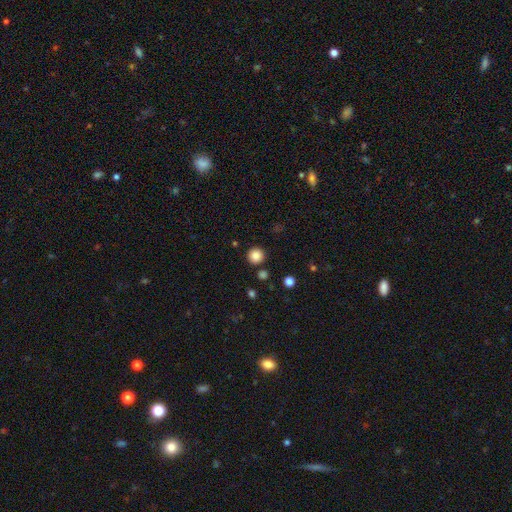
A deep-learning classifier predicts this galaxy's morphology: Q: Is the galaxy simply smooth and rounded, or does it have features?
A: smooth — 85%.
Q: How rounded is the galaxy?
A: round — 95%.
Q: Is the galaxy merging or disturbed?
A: none — 89%.